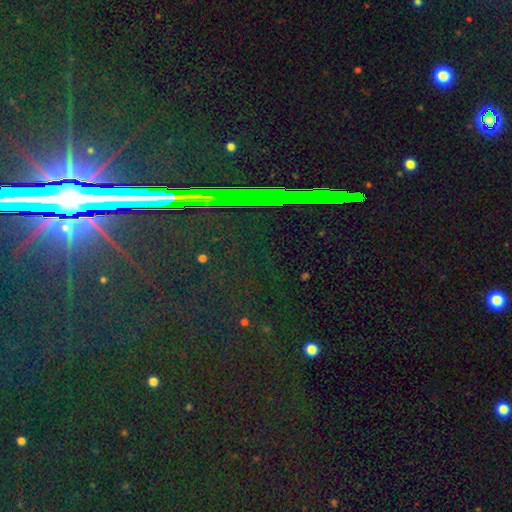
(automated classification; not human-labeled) This appears to be a star or artifact, not a galaxy (83%).